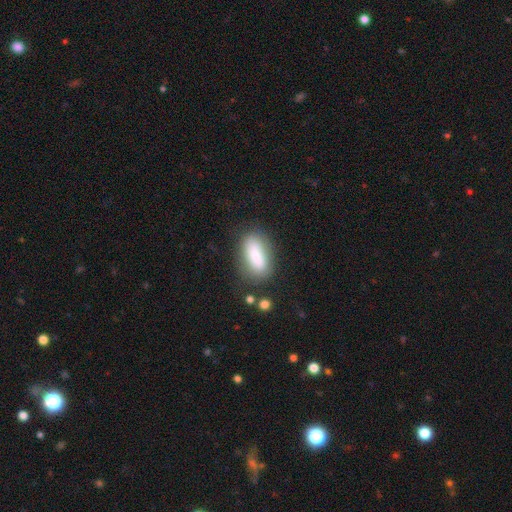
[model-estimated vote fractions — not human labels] This appears to be a smooth galaxy with no disk features (78%) that is in between round and cigar-shaped (82%). Merging: none (73%).